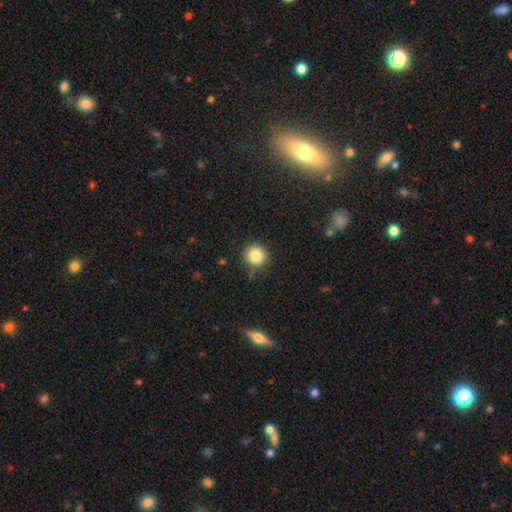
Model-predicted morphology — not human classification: smooth_or_featured: smooth (p=0.83) [alt: star or artifact p=0.11]
how_rounded: round (p=0.94) [alt: in between p=0.05]
merging: none (p=0.83) [alt: minor disturbance p=0.12]